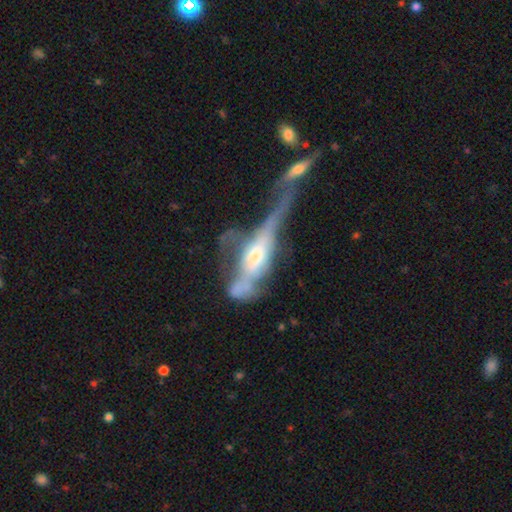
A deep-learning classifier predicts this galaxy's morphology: type=featured or disk (65%); edge-on=no (61%); merging=merger (44%).